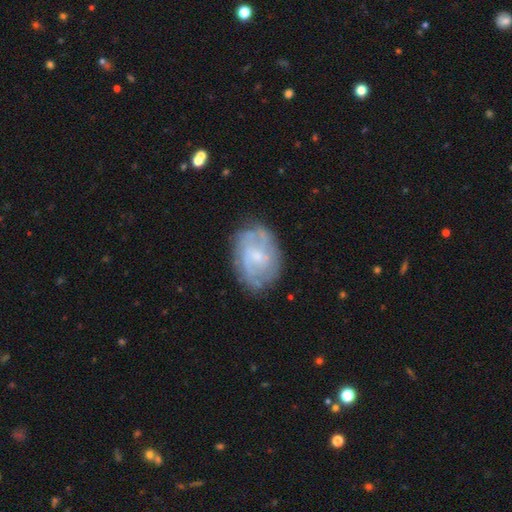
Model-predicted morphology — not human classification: Q: Smooth or featured?
A: featured or disk (70%); runner-up: smooth (23%)
Q: Edge-on disk?
A: no (97%); runner-up: yes (3%)
Q: Bar?
A: no (53%); runner-up: weak (41%)
Q: Spiral arms?
A: yes (79%); runner-up: no (21%)
Q: Spiral winding?
A: tight (45%); runner-up: medium (38%)
Q: Spiral arm count?
A: can't tell (44%); runner-up: 2 (30%)
Q: Bulge size?
A: small (60%); runner-up: moderate (28%)
Q: Merging?
A: none (72%); runner-up: minor disturbance (19%)